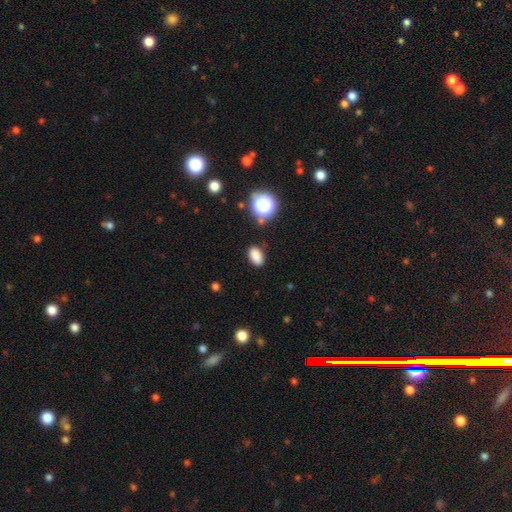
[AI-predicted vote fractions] smooth_or_featured: smooth (p=0.83) [alt: star or artifact p=0.12]
how_rounded: in between (p=0.88) [alt: round p=0.10]
merging: none (p=0.85) [alt: minor disturbance p=0.10]